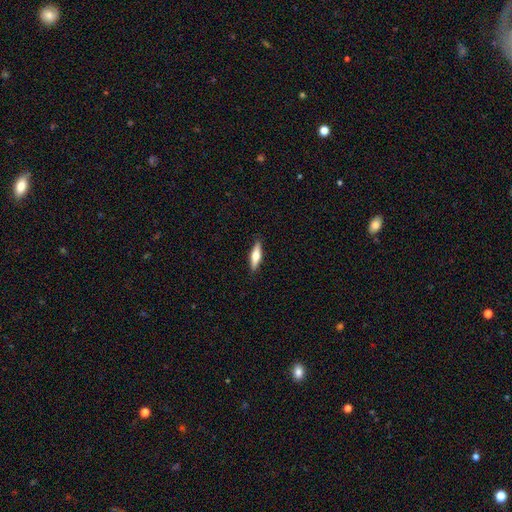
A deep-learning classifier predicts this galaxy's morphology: A smooth galaxy with no disk features (50%). Merging: none (90%).